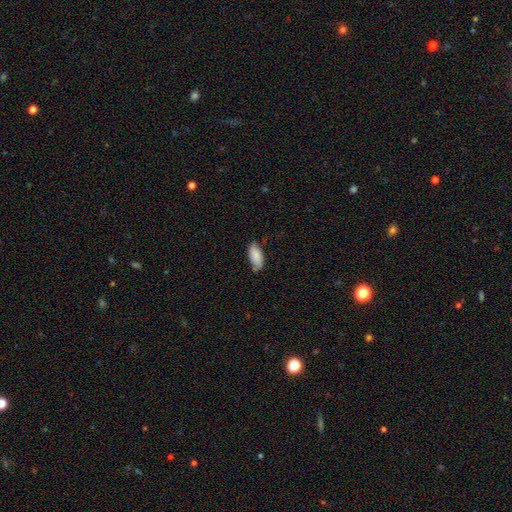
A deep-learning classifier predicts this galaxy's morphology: Q: Smooth or featured?
A: smooth (84%); runner-up: featured or disk (10%)
Q: How rounded?
A: in between (88%); runner-up: cigar-shaped (10%)
Q: Merging?
A: none (69%); runner-up: minor disturbance (25%)